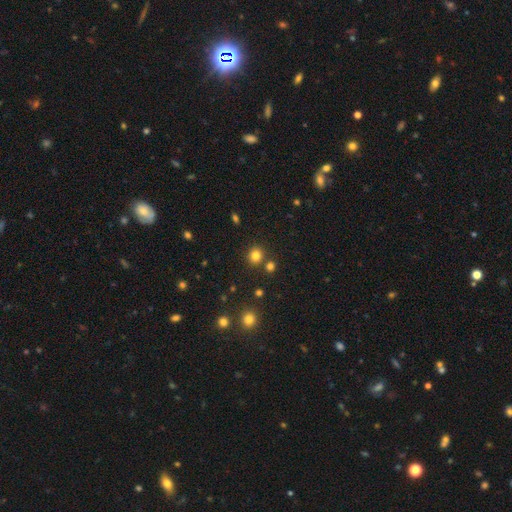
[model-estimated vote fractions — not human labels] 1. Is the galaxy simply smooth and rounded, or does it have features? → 80% smooth, 14% star or artifact, 5% featured or disk.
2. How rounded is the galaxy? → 84% round, 16% in between, 1% cigar-shaped.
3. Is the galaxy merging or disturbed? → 82% none, 8% merger, 7% minor disturbance, 3% major disturbance.